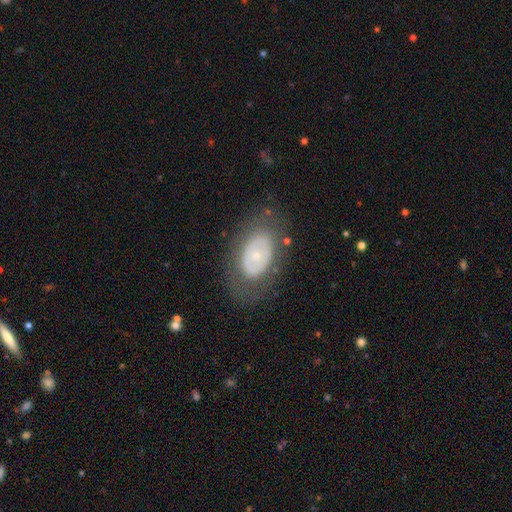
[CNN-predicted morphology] This appears to be a featured or disk galaxy (50%). Merging: none (71%).